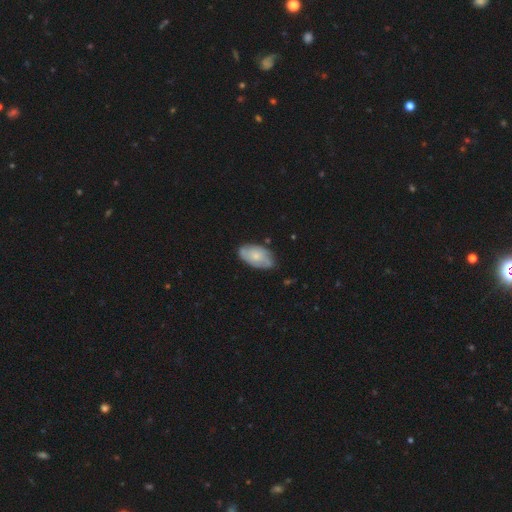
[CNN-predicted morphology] The model was most divided on "smooth or featured": smooth: 54%, featured or disk: 40%, star or artifact: 6%. More confident: how rounded — in between (94%); merging — none (70%).